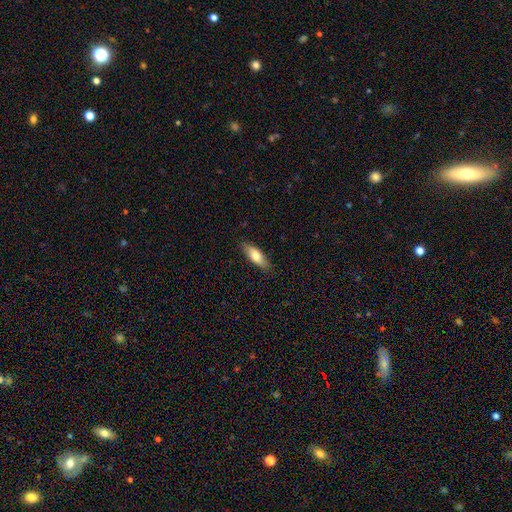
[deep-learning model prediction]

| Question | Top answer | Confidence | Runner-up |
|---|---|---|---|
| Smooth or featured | smooth | 75% | featured or disk (19%) |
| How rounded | in between | 66% | cigar-shaped (32%) |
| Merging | none | 85% | minor disturbance (12%) |